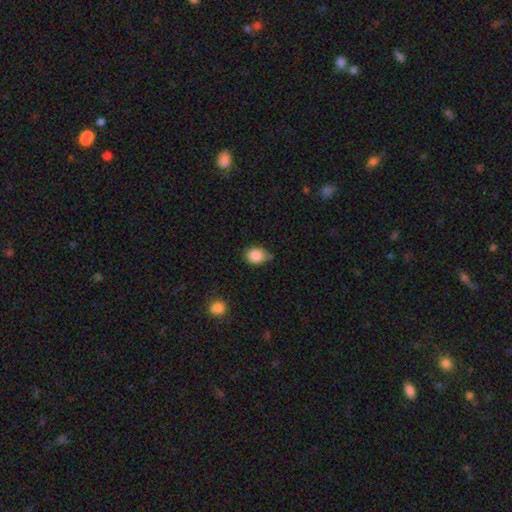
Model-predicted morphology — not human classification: type=smooth (87%); roundness=round (55%); merging=none (59%).